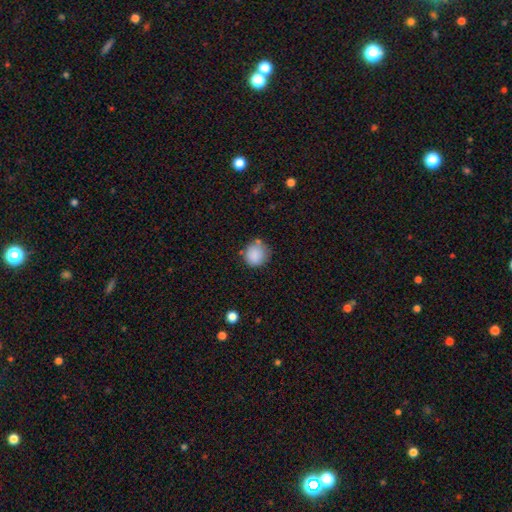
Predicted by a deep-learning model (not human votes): Morphology: type=smooth (87%); roundness=round (90%); merging=none (71%).